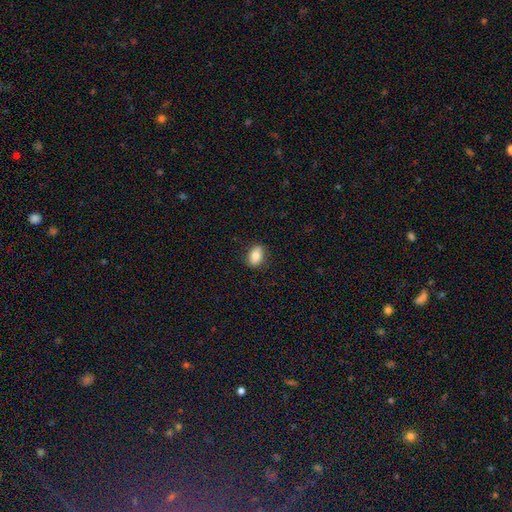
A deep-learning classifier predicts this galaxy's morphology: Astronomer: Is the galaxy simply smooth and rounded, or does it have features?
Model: smooth — 79%.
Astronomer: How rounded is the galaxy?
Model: in between — 82%.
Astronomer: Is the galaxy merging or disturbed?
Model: none — 86%.